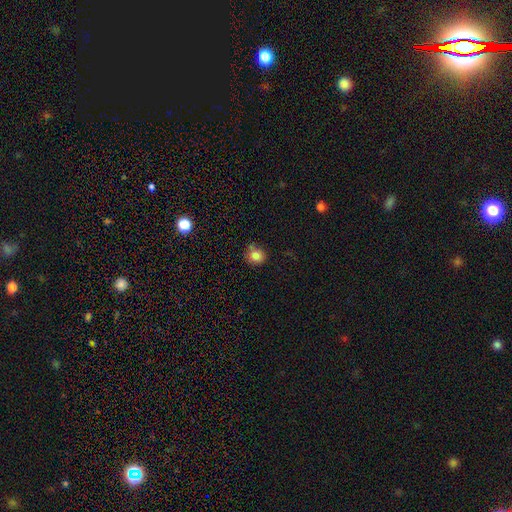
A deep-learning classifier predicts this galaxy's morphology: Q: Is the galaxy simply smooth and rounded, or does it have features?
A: smooth — 81%.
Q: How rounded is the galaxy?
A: round — 86%.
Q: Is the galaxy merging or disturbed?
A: none — 70%.